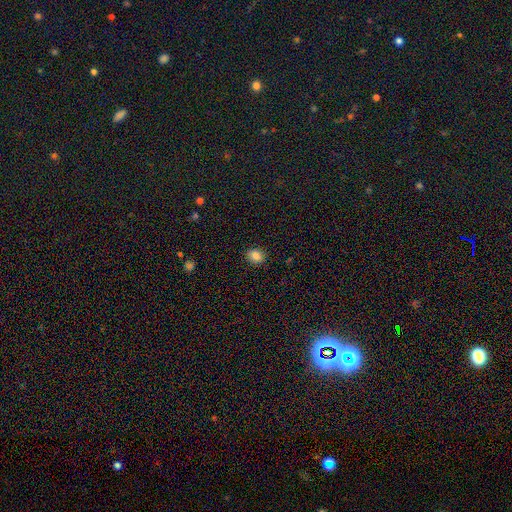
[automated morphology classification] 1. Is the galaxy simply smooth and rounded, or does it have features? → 85% smooth, 10% star or artifact, 5% featured or disk.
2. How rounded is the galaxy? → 53% round, 46% in between, 1% cigar-shaped.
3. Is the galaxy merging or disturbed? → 90% none, 7% minor disturbance, 2% major disturbance, 1% merger.